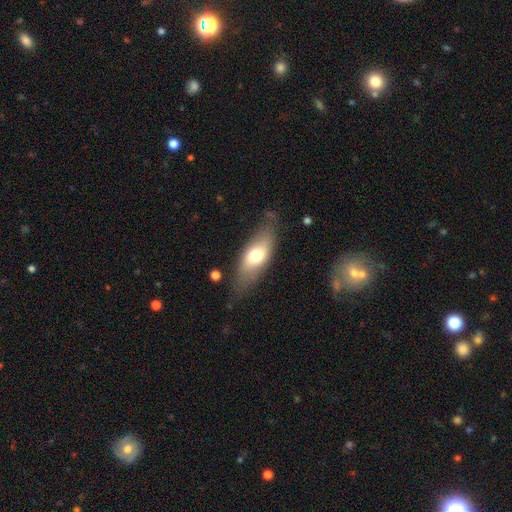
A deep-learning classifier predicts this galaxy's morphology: Overall: smooth (65%; featured or disk 28%). How rounded: in between (78%). Merging: none (72%).